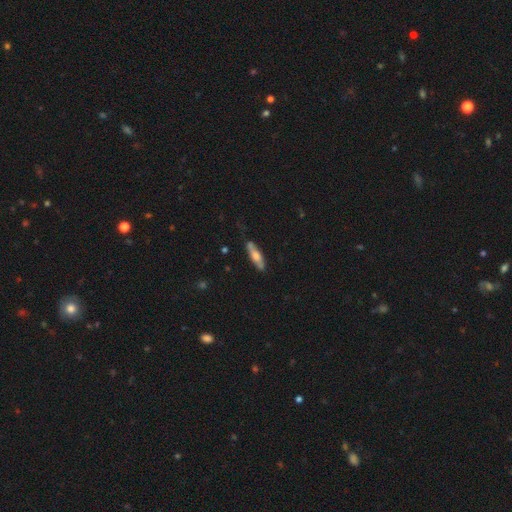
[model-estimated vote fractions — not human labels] smooth_or_featured: smooth (p=0.54) [alt: featured or disk p=0.41]
how_rounded: cigar-shaped (p=0.67) [alt: in between p=0.31]
merging: none (p=0.78) [alt: minor disturbance p=0.16]